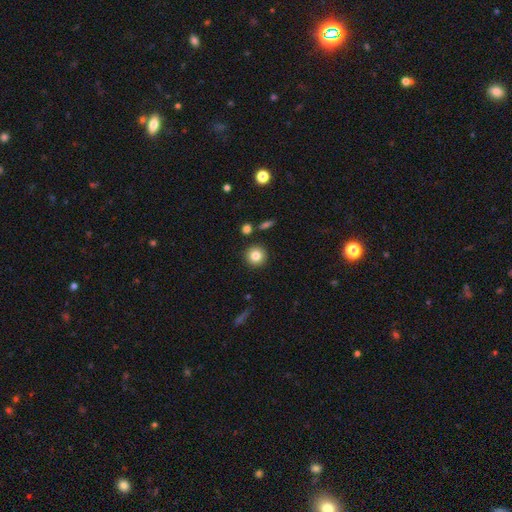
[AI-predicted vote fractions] This is clearly a smooth galaxy (82%). How rounded: clearly round (94%). Merging: clearly none (89%).